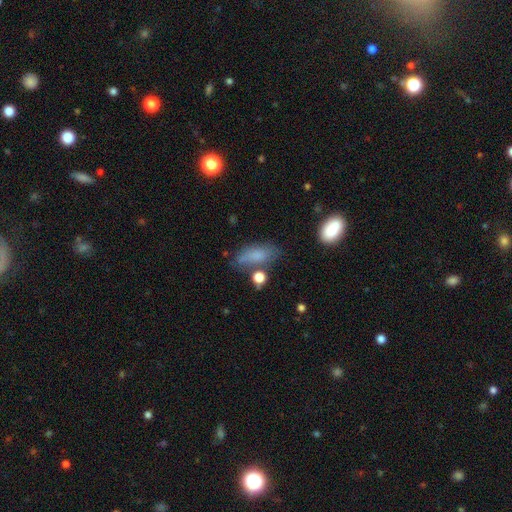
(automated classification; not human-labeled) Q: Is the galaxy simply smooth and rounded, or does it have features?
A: smooth — 77%.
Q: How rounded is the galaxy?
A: in between — 80%.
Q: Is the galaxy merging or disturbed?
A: none — 60%.